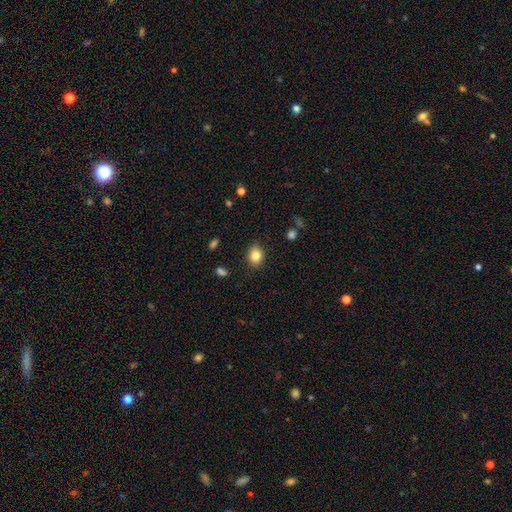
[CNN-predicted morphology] smooth_or_featured: smooth (p=0.83) [alt: star or artifact p=0.10]
how_rounded: in between (p=0.52) [alt: round p=0.47]
merging: none (p=0.86) [alt: minor disturbance p=0.10]